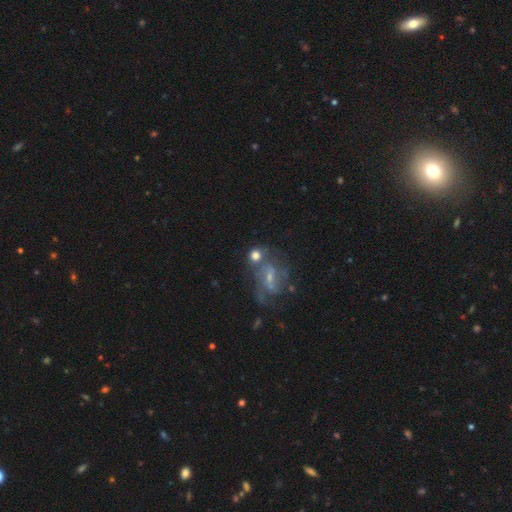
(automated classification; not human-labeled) smooth 57%, featured or disk 31%, star or artifact 12%. Down the decision tree: how rounded — round (74%); merging — none (45%).